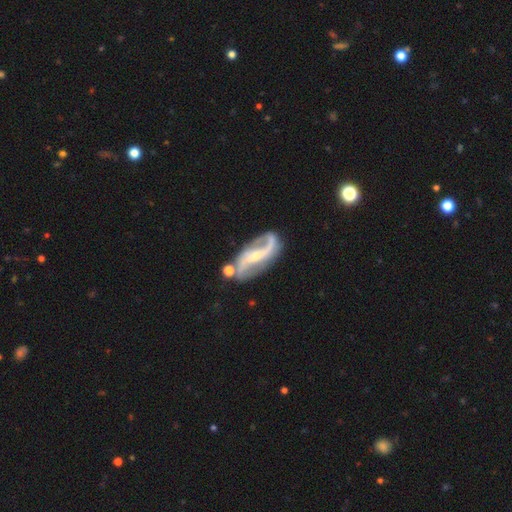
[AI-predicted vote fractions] Smooth or featured: featured or disk — 88% (smooth — 7%)
Edge-on disk: no — 95% (yes — 5%)
Bar: strong — 35% (weak — 34%)
Spiral arms: yes — 95% (no — 5%)
Spiral winding: loose — 60% (medium — 30%)
Spiral arm count: 2 — 91% (can't tell — 3%)
Bulge size: small — 61% (moderate — 32%)
Merging: none — 63% (minor disturbance — 18%)